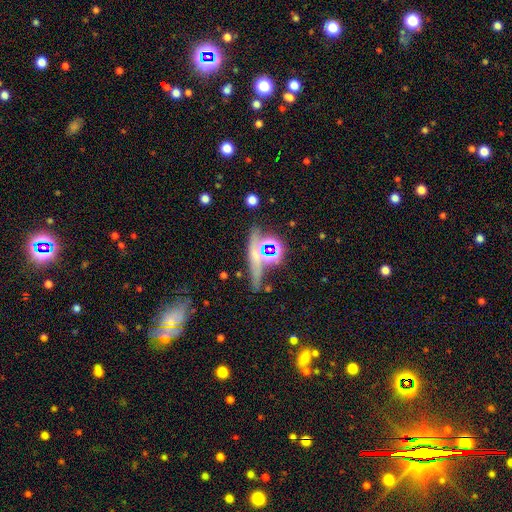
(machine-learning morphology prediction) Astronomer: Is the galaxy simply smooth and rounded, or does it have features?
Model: smooth — 37% (runner-up: star or artifact, 34%).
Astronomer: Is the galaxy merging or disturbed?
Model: none — 59%.